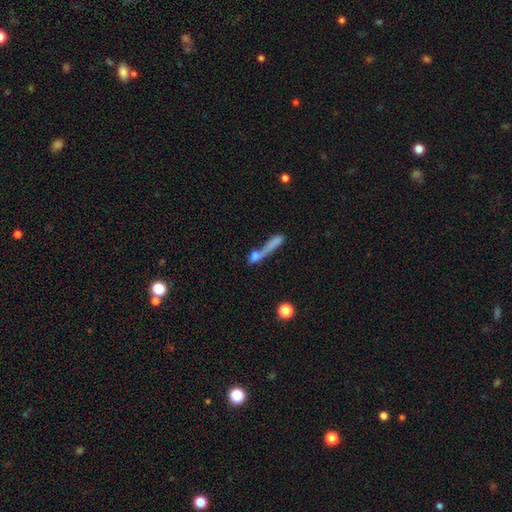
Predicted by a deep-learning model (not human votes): Q: Smooth or featured?
A: smooth (61%); runner-up: featured or disk (27%)
Q: How rounded?
A: cigar-shaped (61%); runner-up: in between (24%)
Q: Merging?
A: merger (44%); runner-up: none (28%)